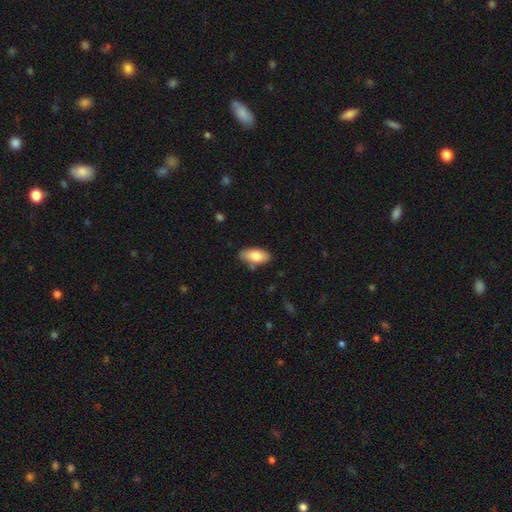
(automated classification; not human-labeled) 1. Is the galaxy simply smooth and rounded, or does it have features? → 81% smooth, 12% featured or disk, 6% star or artifact.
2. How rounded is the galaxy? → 91% in between, 6% cigar-shaped, 3% round.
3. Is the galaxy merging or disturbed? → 77% none, 16% minor disturbance, 4% merger, 3% major disturbance.